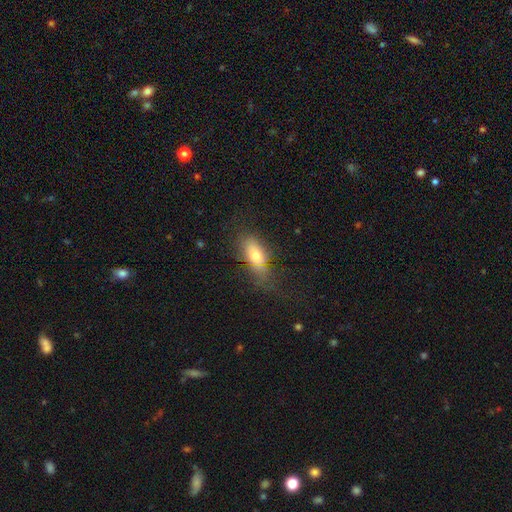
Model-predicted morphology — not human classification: type=smooth (70%); roundness=in between (80%); merging=none (46%).